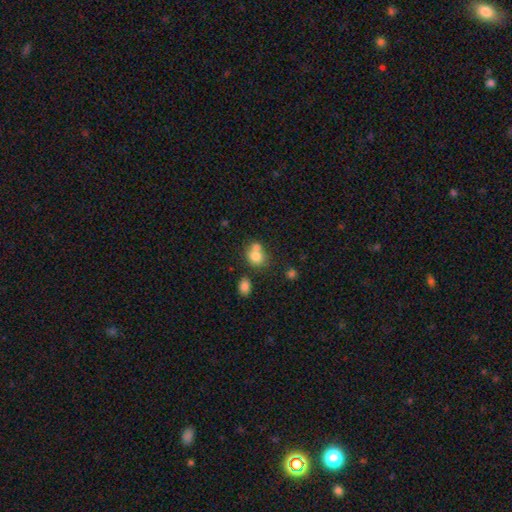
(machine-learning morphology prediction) smooth 76%, featured or disk 13%, star or artifact 11%. Down the decision tree: how rounded — round (64%); merging — merger (51%).